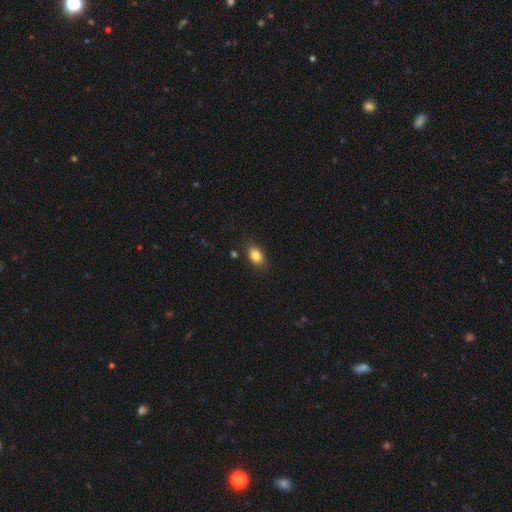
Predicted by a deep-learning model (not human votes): Smooth or featured?
  - smooth: 84% *
  - star or artifact: 9%
  - featured or disk: 8%
How rounded?
  - in between: 82% *
  - round: 16%
  - cigar-shaped: 2%
Merging?
  - none: 83% *
  - minor disturbance: 12%
  - major disturbance: 3%
  - merger: 2%